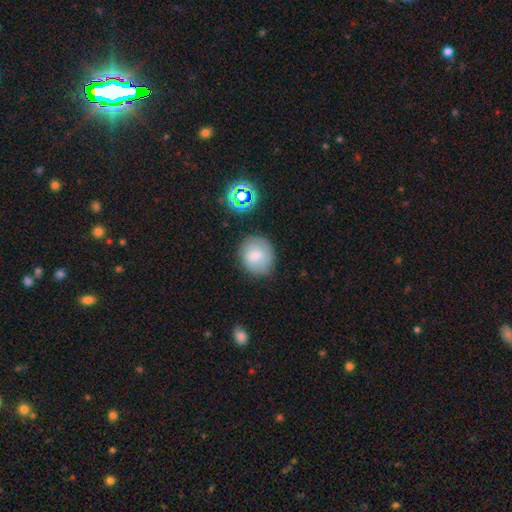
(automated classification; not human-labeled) The model was most divided on "how rounded": round: 75%, in between: 24%, cigar-shaped: 1%. More confident: merging — none (77%); smooth or featured — smooth (75%).